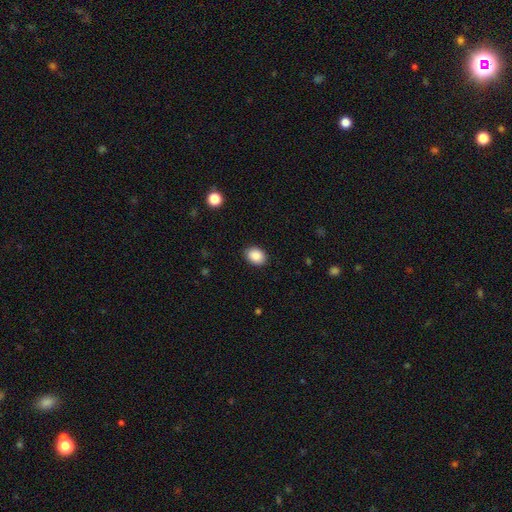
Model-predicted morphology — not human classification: smooth-or-featured: smooth: 89% | star or artifact: 8% | featured or disk: 3%
  how-rounded: in between: 66% | round: 33% | cigar-shaped: 1%
  merging: none: 89% | minor disturbance: 8% | major disturbance: 2% | merger: 1%